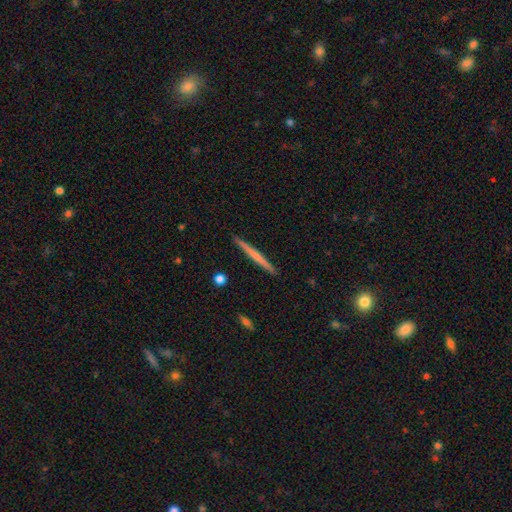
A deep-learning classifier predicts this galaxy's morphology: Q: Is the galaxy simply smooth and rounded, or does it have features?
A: smooth — 50%.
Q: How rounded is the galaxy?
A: cigar-shaped — 97%.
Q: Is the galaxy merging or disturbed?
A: none — 92%.